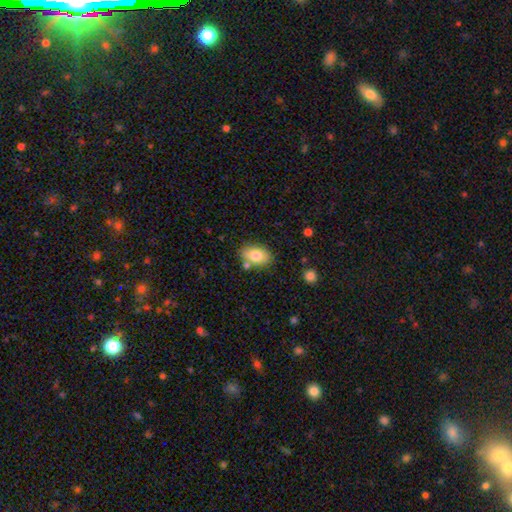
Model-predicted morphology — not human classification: Overall: smooth (78%). How rounded: in between (88%). Merging: none (77%).